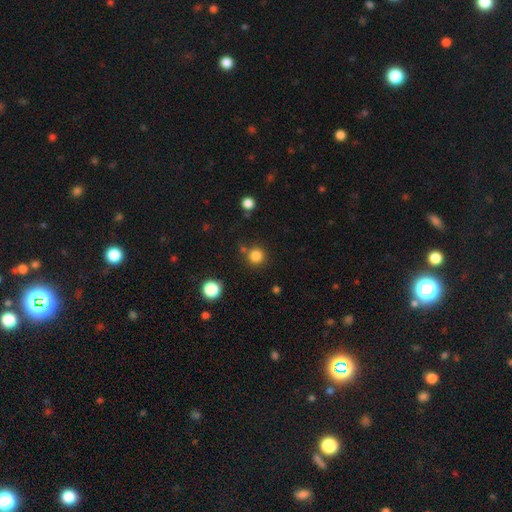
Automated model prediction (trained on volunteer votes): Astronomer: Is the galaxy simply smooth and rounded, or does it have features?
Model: smooth — 83%.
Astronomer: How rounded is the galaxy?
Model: round — 95%.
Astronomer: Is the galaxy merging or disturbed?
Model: none — 81%.